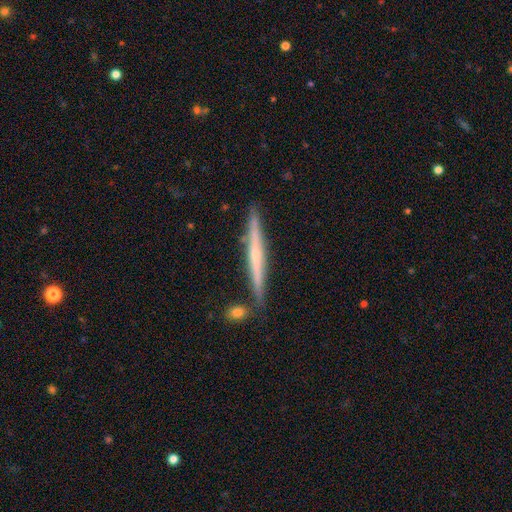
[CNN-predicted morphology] The model was most divided on "edge-on bulge": none: 57%, rounded: 36%, boxy: 7%. More confident: edge-on disk — yes (97%); merging — none (85%); smooth or featured — featured or disk (61%).